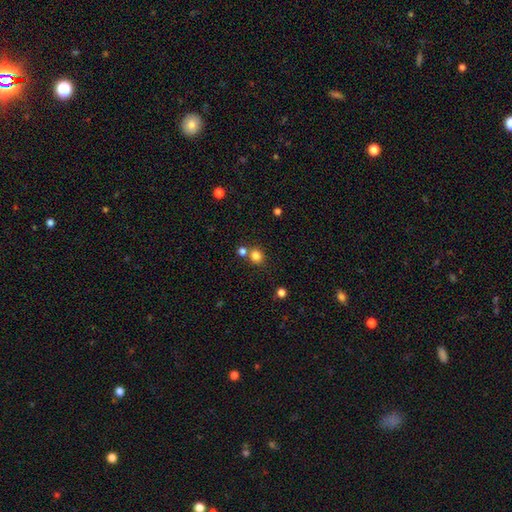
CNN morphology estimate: The model was most divided on "merging": none: 67%, merger: 22%, minor disturbance: 8%, major disturbance: 3%. More confident: how rounded — round (83%); smooth or featured — smooth (81%).